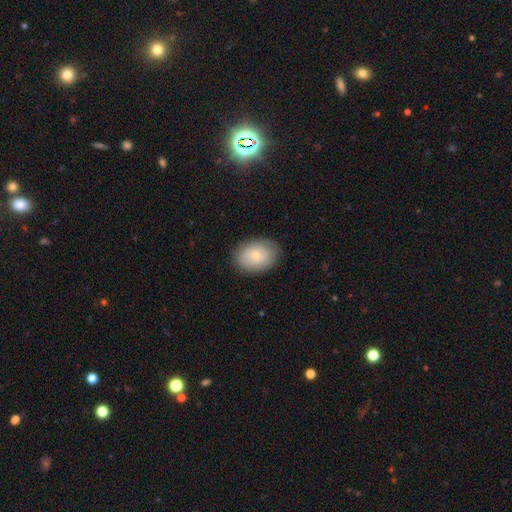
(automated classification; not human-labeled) smooth 64%, featured or disk 29%, star or artifact 7%. Down the decision tree: how rounded — in between (71%); merging — none (83%).